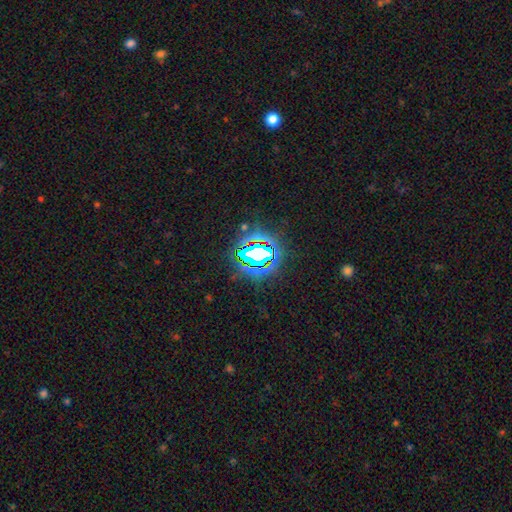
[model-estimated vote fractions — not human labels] The model was most divided on "smooth or featured": star or artifact: 72%, smooth: 16%, featured or disk: 13%.